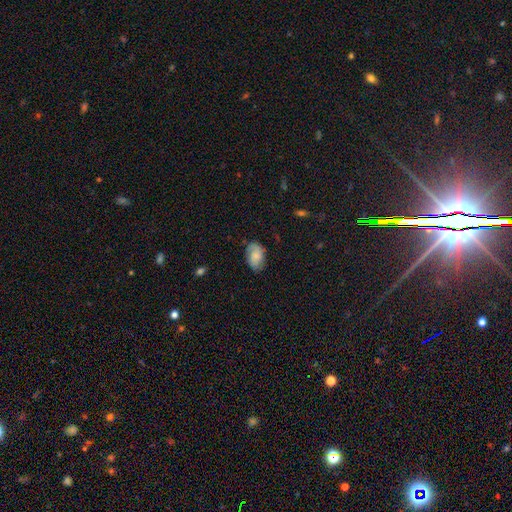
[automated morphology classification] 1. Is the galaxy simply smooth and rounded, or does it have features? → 68% smooth, 24% featured or disk, 8% star or artifact.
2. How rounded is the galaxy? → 89% in between, 10% round, 1% cigar-shaped.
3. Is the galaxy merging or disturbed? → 70% none, 23% minor disturbance, 6% major disturbance, 1% merger.